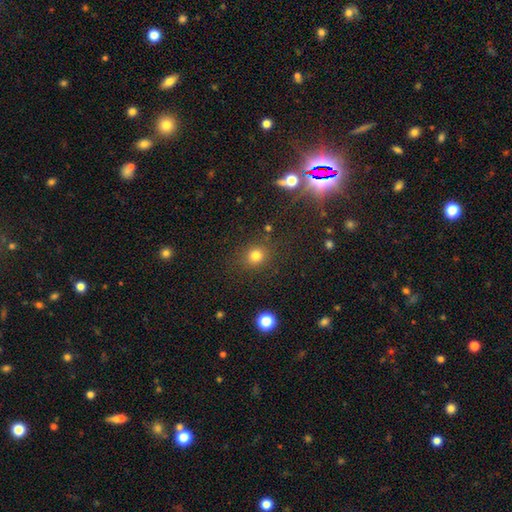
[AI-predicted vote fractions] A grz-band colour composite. It shows a smooth galaxy with no disk features (78%) that is round (84%). Merging: none (84%).